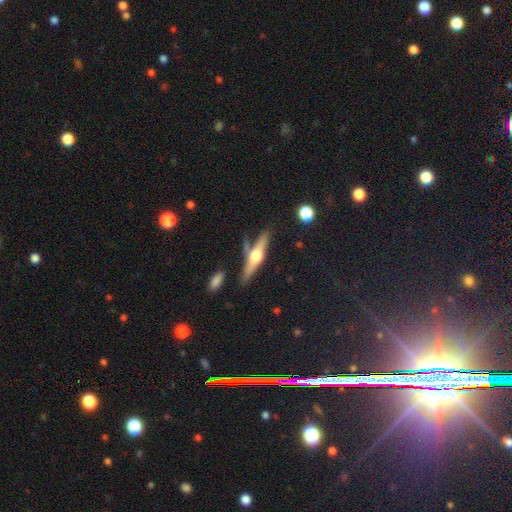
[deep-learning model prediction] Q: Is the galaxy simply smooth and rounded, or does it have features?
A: featured or disk — 65%.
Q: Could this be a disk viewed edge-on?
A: yes — 95%.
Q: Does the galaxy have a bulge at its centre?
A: rounded — 93%.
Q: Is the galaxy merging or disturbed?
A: none — 70%.